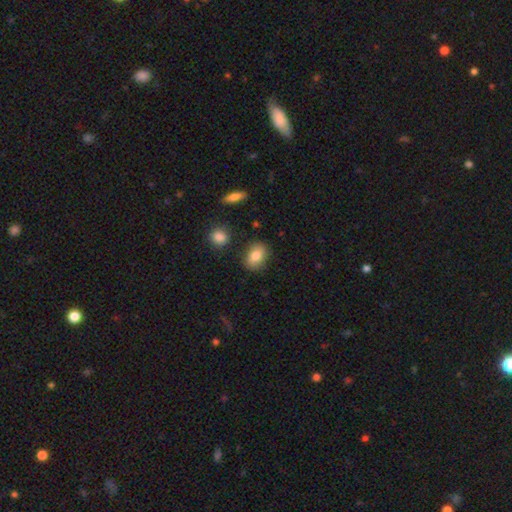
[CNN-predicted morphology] smooth-or-featured: smooth: 82% | featured or disk: 10% | star or artifact: 8%
  how-rounded: in between: 76% | round: 22% | cigar-shaped: 2%
  merging: none: 82% | minor disturbance: 12% | merger: 3% | major disturbance: 3%